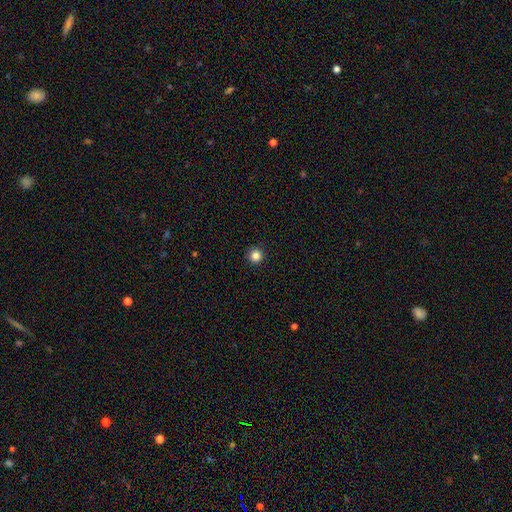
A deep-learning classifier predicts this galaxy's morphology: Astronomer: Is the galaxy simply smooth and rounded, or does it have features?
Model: smooth — 85%.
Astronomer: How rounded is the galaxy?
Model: round — 96%.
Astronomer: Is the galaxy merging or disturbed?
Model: none — 93%.